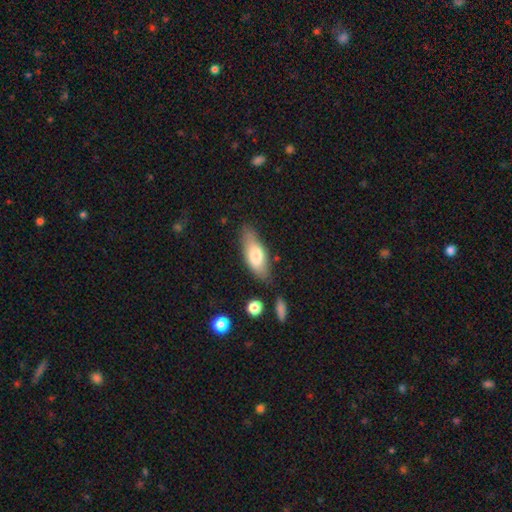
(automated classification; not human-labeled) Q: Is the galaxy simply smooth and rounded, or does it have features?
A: smooth — 71%.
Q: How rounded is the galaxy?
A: in between — 70%.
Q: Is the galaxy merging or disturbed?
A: none — 74%.